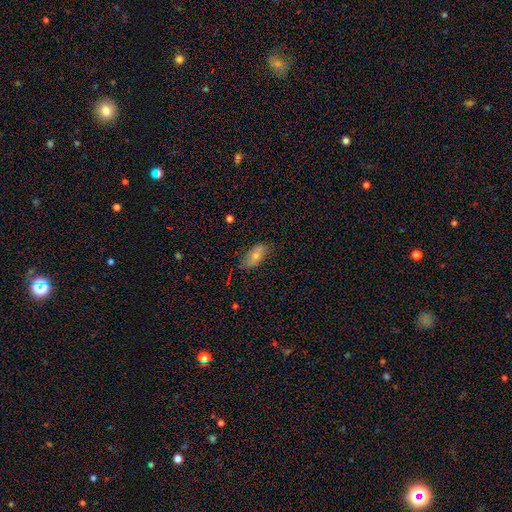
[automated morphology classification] smooth_or_featured: smooth (p=0.73) [alt: featured or disk p=0.19]
how_rounded: in between (p=0.90) [alt: cigar-shaped p=0.07]
merging: none (p=0.71) [alt: minor disturbance p=0.22]